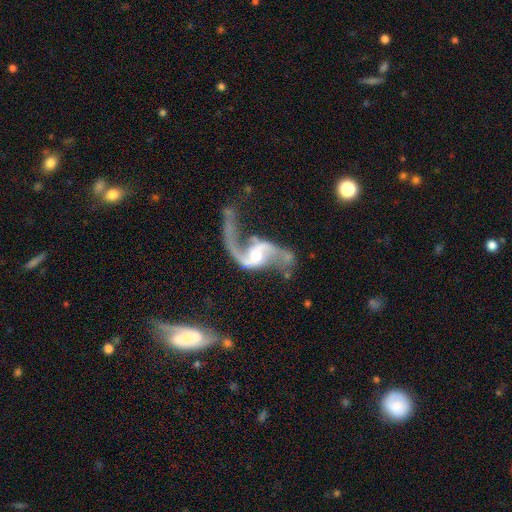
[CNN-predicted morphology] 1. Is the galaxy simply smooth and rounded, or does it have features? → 91% featured or disk, 5% star or artifact, 4% smooth.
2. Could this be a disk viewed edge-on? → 97% no, 3% yes.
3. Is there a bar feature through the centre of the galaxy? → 44% weak, 36% no, 20% strong.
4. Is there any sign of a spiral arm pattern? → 97% yes, 3% no.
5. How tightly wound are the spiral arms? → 83% loose, 14% medium, 3% tight.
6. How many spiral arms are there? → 91% 2, 4% 1, 1% can't tell, 1% 3, 1% 4, 1% more than 4.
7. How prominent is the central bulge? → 58% moderate, 34% small, 5% large, 2% none, 1% dominant.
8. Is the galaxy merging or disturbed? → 50% none, 24% major disturbance, 17% minor disturbance, 9% merger.